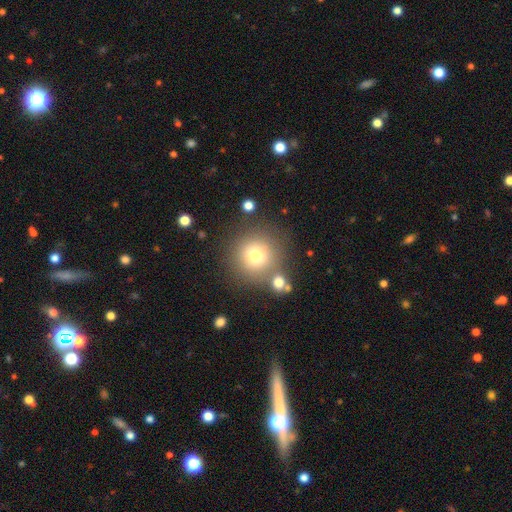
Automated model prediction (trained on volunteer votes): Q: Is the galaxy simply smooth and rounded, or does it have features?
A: smooth — 74%.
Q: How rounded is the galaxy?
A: round — 94%.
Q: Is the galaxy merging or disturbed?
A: none — 76%.